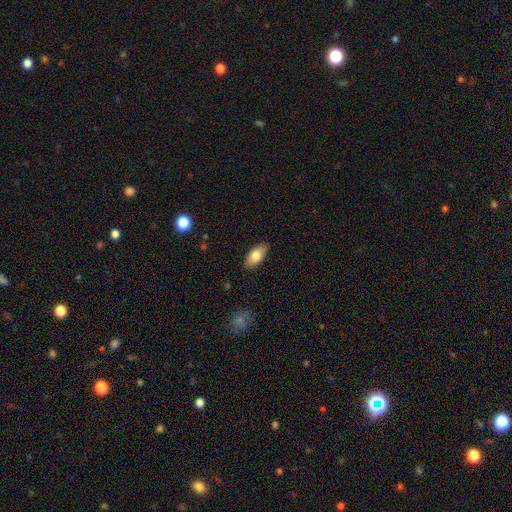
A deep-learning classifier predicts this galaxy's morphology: Smooth or featured?
  - smooth: 79% *
  - featured or disk: 14%
  - star or artifact: 7%
How rounded?
  - in between: 91% *
  - cigar-shaped: 6%
  - round: 3%
Merging?
  - none: 88% *
  - minor disturbance: 9%
  - major disturbance: 2%
  - merger: 1%